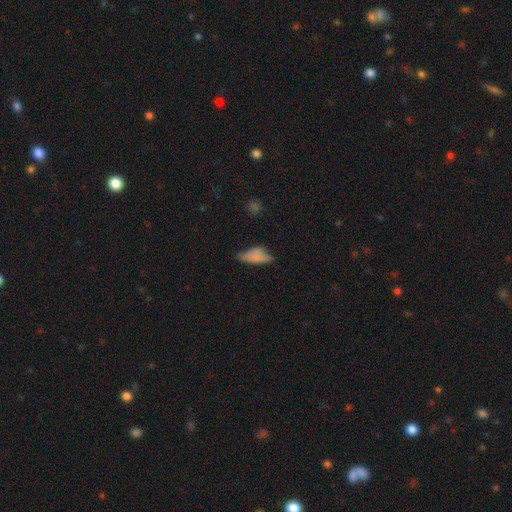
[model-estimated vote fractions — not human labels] Smooth or featured? Predicted: smooth (p=0.72). How rounded? Predicted: in between (p=0.75). Merging? Predicted: minor disturbance (p=0.38).